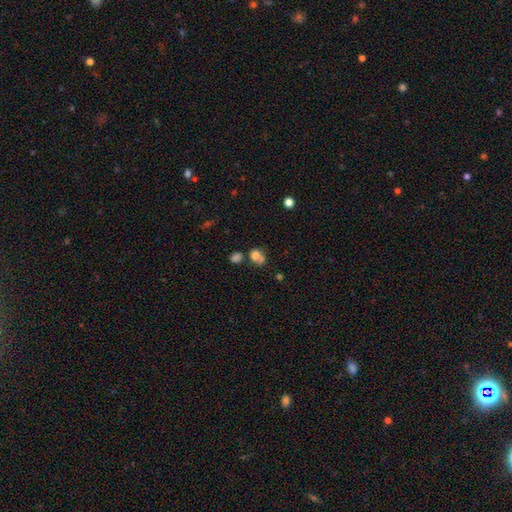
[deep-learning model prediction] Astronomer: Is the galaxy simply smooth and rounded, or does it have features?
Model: smooth — 74%.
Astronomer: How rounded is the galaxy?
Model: round — 64%.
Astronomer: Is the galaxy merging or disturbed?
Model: merger — 43% (runner-up: none, 34%).